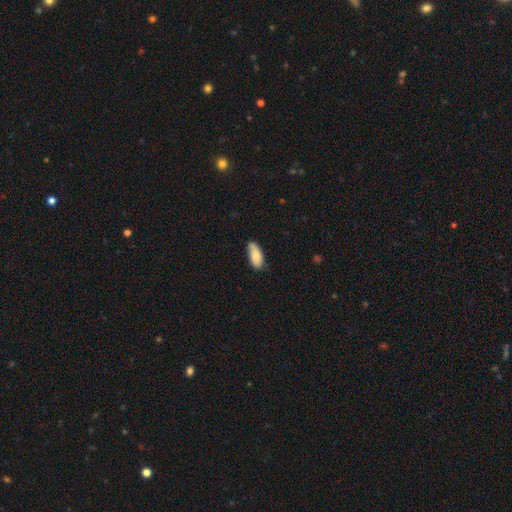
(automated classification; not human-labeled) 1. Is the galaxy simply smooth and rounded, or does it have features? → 80% smooth, 14% featured or disk, 6% star or artifact.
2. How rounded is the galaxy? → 85% in between, 13% cigar-shaped, 2% round.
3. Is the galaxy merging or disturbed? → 69% none, 26% minor disturbance, 4% major disturbance, 2% merger.